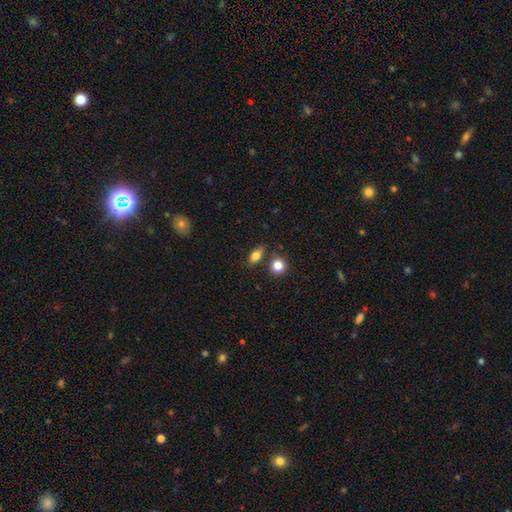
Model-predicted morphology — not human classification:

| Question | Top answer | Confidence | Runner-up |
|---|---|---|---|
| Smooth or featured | smooth | 77% | featured or disk (13%) |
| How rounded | in between | 77% | round (12%) |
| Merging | none | 77% | minor disturbance (11%) |